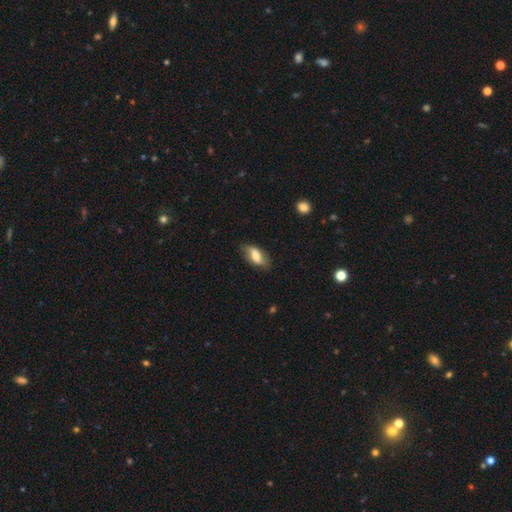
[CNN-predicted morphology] Smooth or featured? smooth (63%)
How rounded? in between (87%)
Merging? none (74%)